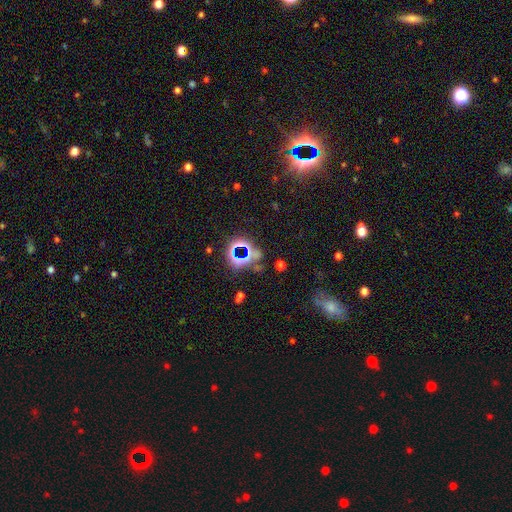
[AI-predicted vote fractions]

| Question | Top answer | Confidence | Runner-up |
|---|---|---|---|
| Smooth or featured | star or artifact | 68% | featured or disk (16%) |